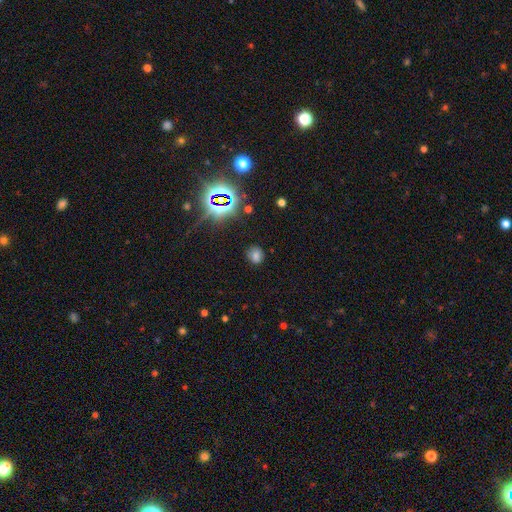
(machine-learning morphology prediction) This is likely a smooth galaxy (67%). How rounded: likely round (72%). Merging: likely none (80%).